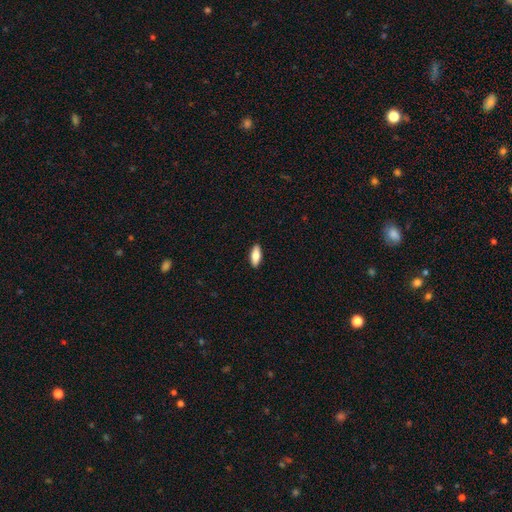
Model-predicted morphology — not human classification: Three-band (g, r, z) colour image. It shows a smooth galaxy with no disk features (80%) that is in between round and cigar-shaped (77%). Merging: none (91%).